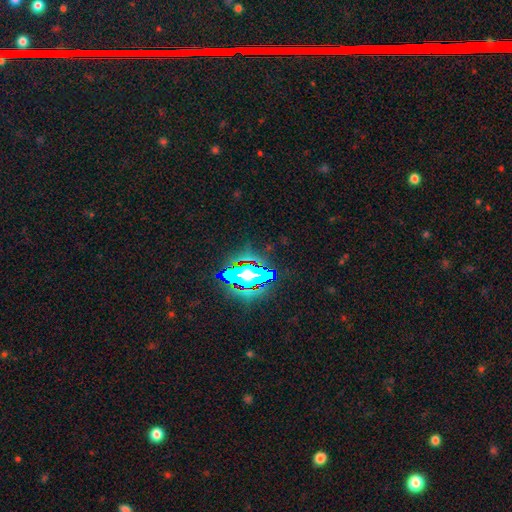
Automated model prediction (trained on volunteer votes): This appears to be a star or artifact, not a galaxy (85%).